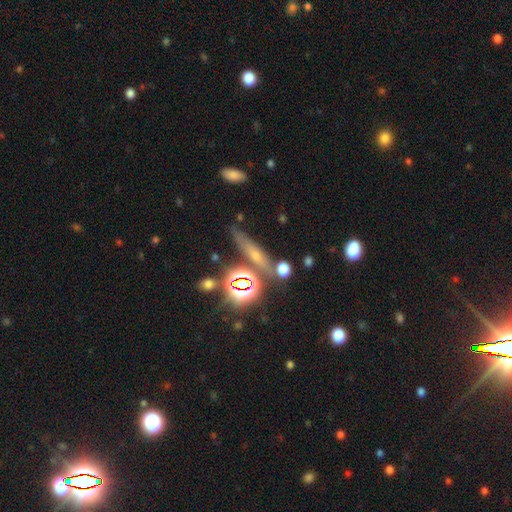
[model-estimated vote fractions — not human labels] smooth 42%, featured or disk 31%, star or artifact 27%. Down the decision tree: merging — none (74%).